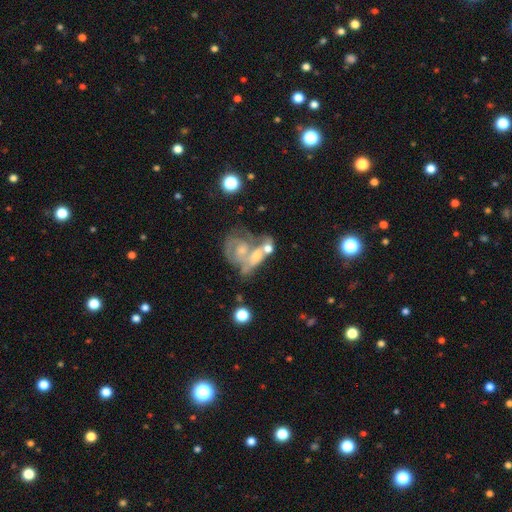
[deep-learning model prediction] This is likely a featured or disk galaxy (65%). It is clearly not viewed edge-on (95%). Bar: likely no (76%). Spiral arm pattern: possibly yes (54%). Central bulge: marginally moderate (38%). Merging: possibly merger (56%).